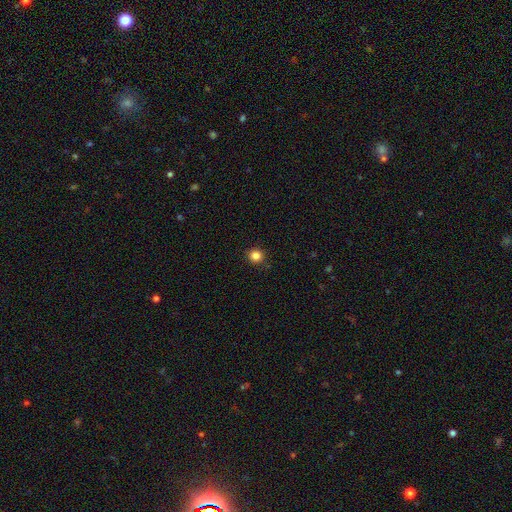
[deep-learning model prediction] A smooth galaxy with no disk features (84%) that is round (92%). Merging: none (91%).